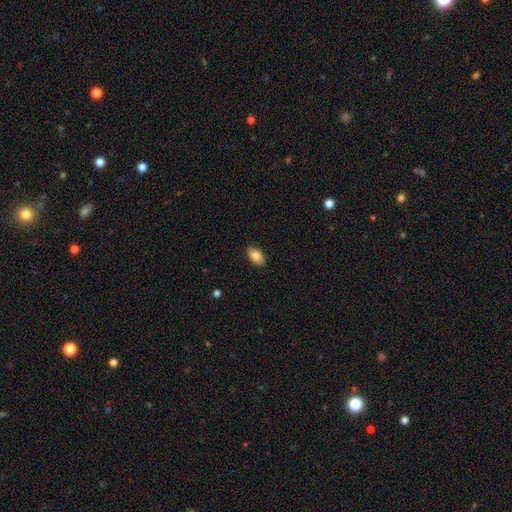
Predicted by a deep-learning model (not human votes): smooth 84%, featured or disk 9%, star or artifact 7%. Down the decision tree: how rounded — in between (92%); merging — none (89%).